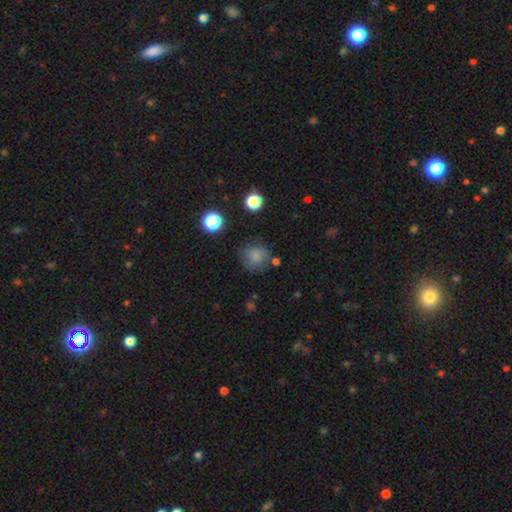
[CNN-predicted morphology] Smooth or featured: smooth — 76% (star or artifact — 13%)
How rounded: round — 88% (in between — 11%)
Merging: none — 69% (minor disturbance — 18%)